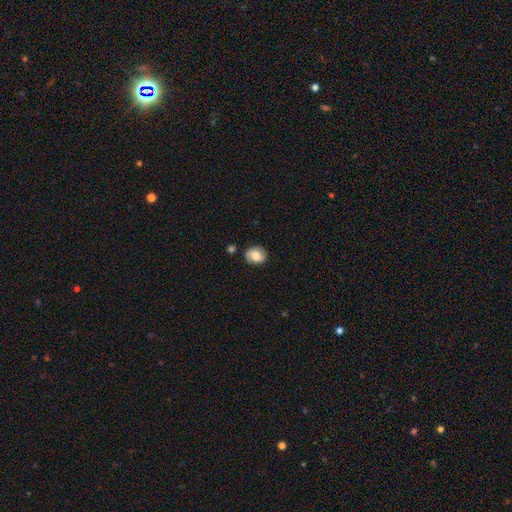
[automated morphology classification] smooth_or_featured: smooth (p=0.59) [alt: featured or disk p=0.32]
how_rounded: round (p=0.66) [alt: in between p=0.33]
merging: none (p=0.77) [alt: minor disturbance p=0.16]